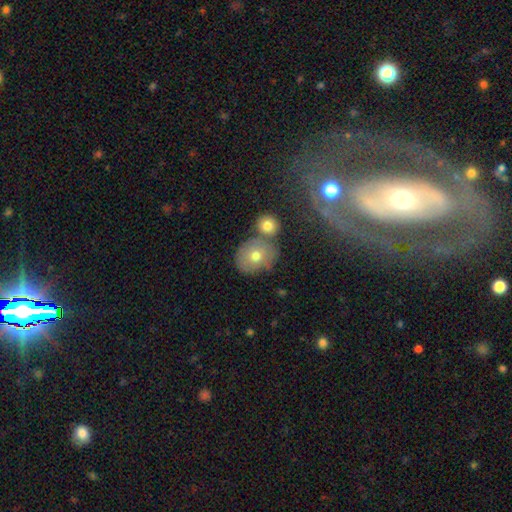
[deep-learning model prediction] Q: Smooth or featured?
A: smooth (66%); runner-up: featured or disk (24%)
Q: How rounded?
A: round (72%); runner-up: in between (27%)
Q: Merging?
A: none (57%); runner-up: merger (24%)